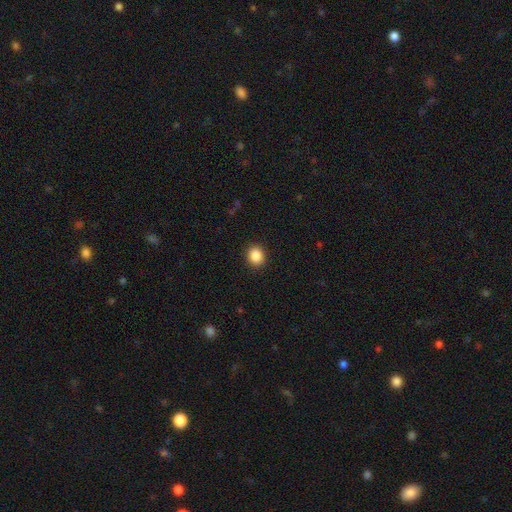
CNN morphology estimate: smooth-or-featured: smooth: 87% | star or artifact: 9% | featured or disk: 3%
  how-rounded: round: 77% | in between: 22% | cigar-shaped: 1%
  merging: none: 91% | minor disturbance: 6% | major disturbance: 2% | merger: 1%